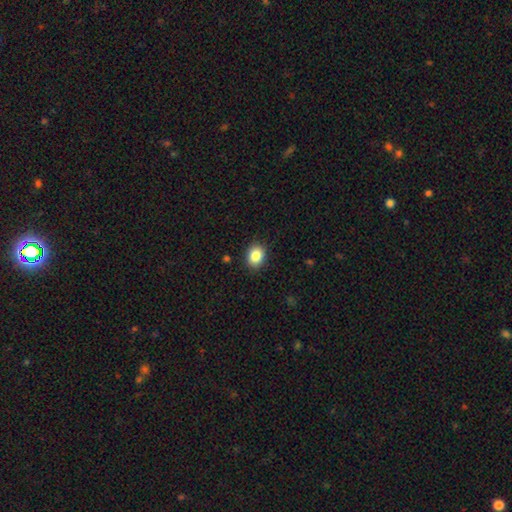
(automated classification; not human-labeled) Q: Smooth or featured?
A: smooth (86%); runner-up: star or artifact (9%)
Q: How rounded?
A: in between (50%); runner-up: round (49%)
Q: Merging?
A: none (88%); runner-up: minor disturbance (9%)